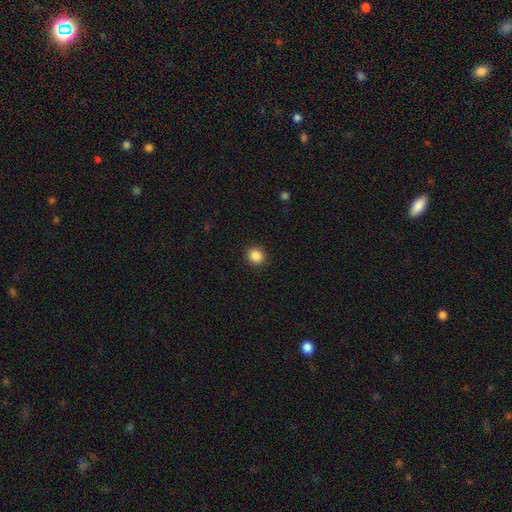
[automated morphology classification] Smooth or featured? smooth (88%)
How rounded? round (78%)
Merging? none (91%)